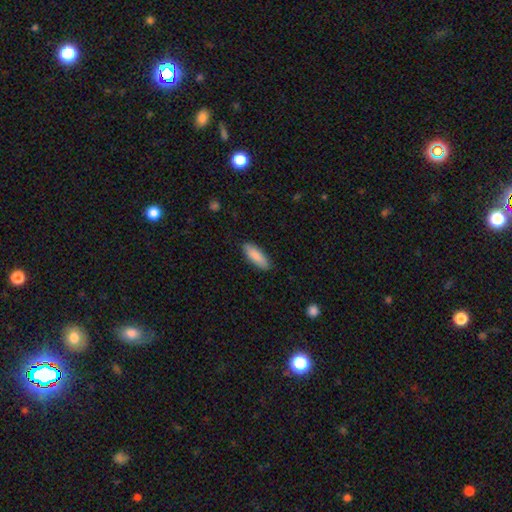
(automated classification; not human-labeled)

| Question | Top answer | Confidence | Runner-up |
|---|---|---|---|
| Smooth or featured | smooth | 87% | featured or disk (7%) |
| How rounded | in between | 61% | cigar-shaped (38%) |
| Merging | none | 87% | minor disturbance (10%) |